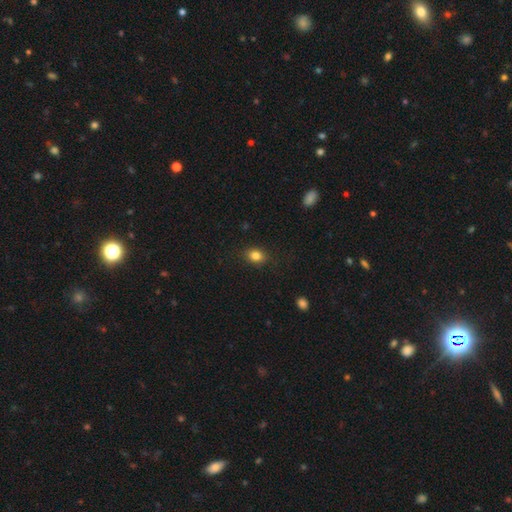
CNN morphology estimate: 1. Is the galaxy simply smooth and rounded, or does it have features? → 83% smooth, 11% star or artifact, 6% featured or disk.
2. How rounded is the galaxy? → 53% in between, 46% round, 1% cigar-shaped.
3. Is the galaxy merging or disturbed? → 86% none, 11% minor disturbance, 3% major disturbance, 1% merger.